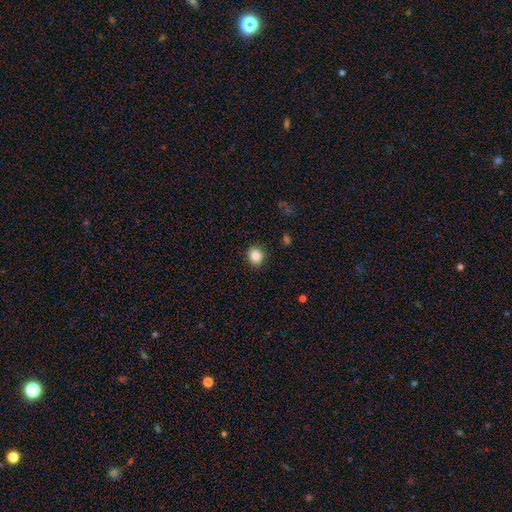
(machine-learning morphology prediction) smooth 86%, star or artifact 10%, featured or disk 4%. Down the decision tree: how rounded — round (79%); merging — none (90%).